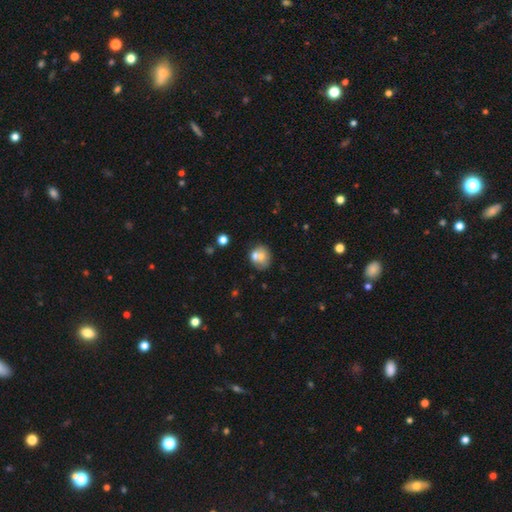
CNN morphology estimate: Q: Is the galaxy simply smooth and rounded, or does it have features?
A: smooth — 61%.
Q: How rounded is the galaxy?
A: round — 67%.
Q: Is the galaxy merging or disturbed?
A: none — 44%.